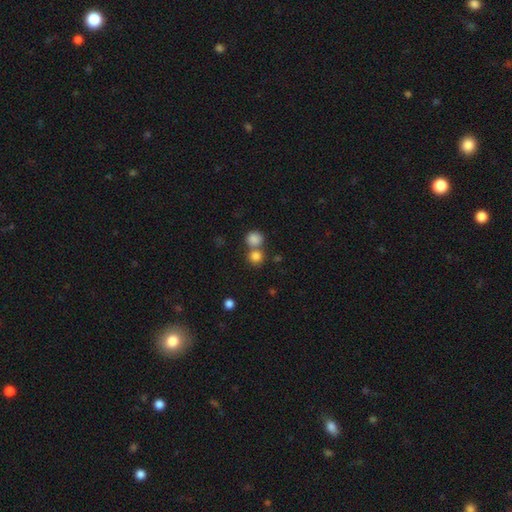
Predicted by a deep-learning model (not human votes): Overall: smooth (82%). How rounded: round (88%). Merging: none (55%; merger 36%).